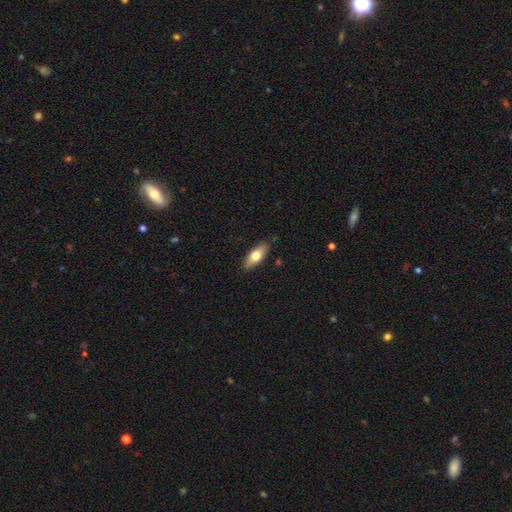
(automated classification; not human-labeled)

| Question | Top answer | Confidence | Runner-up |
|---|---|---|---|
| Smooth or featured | smooth | 68% | featured or disk (26%) |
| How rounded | in between | 74% | cigar-shaped (23%) |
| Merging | none | 87% | minor disturbance (10%) |